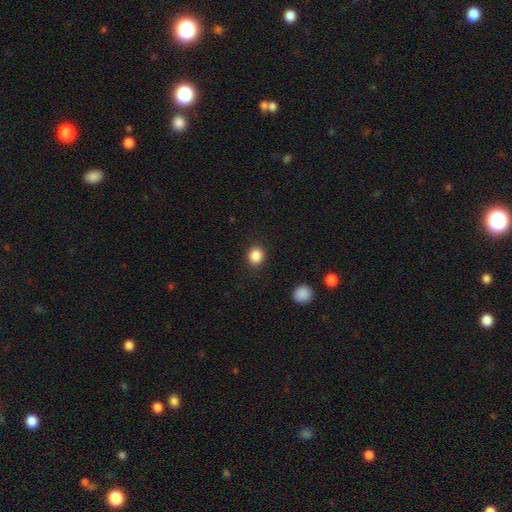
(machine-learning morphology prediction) Smooth or featured: smooth — 87% (star or artifact — 10%)
How rounded: round — 75% (in between — 24%)
Merging: none — 88% (minor disturbance — 8%)